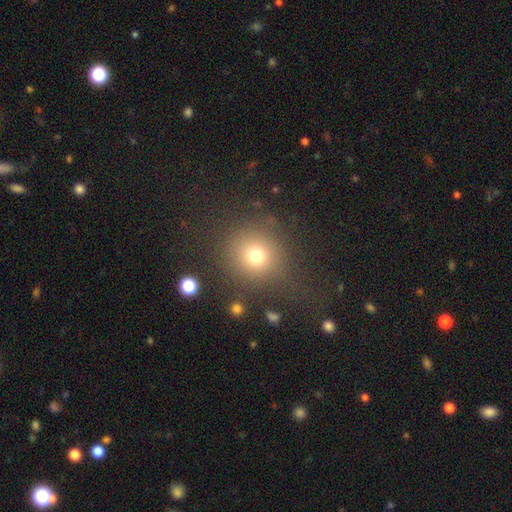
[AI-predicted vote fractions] The model was most divided on "smooth or featured": smooth: 75%, star or artifact: 16%, featured or disk: 9%. More confident: how rounded — round (91%); merging — none (79%).